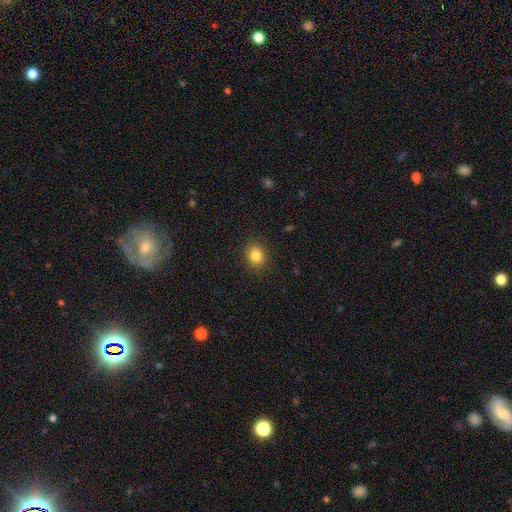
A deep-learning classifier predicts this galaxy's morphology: Q: Smooth or featured?
A: smooth (83%); runner-up: star or artifact (11%)
Q: How rounded?
A: round (70%); runner-up: in between (29%)
Q: Merging?
A: none (89%); runner-up: minor disturbance (7%)